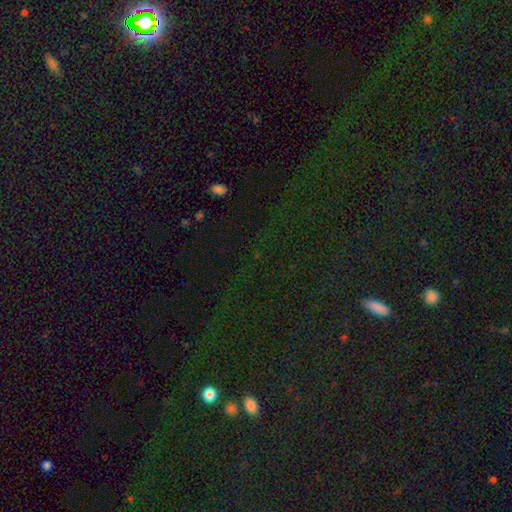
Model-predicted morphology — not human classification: Smooth or featured? star or artifact (72%)